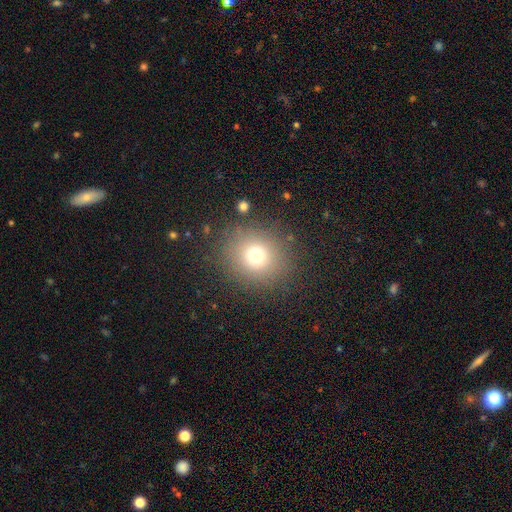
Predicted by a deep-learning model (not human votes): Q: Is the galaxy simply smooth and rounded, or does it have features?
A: smooth — 72%.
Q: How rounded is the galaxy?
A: round — 84%.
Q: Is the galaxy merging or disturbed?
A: none — 86%.